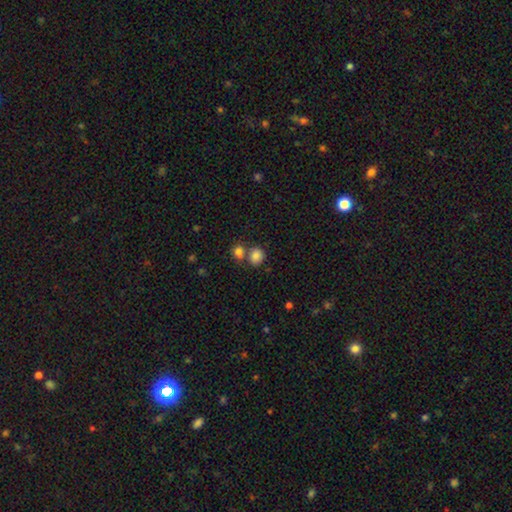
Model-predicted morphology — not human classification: A smooth galaxy with no disk features (82%) that is round (74%).

Vote fractions:
- Smooth or featured? smooth: 82% / star or artifact: 10% / featured or disk: 7%
- How rounded? round: 74% / in between: 25% / cigar-shaped: 1%
- Merging? none: 55% / merger: 32% / minor disturbance: 9% / major disturbance: 3%